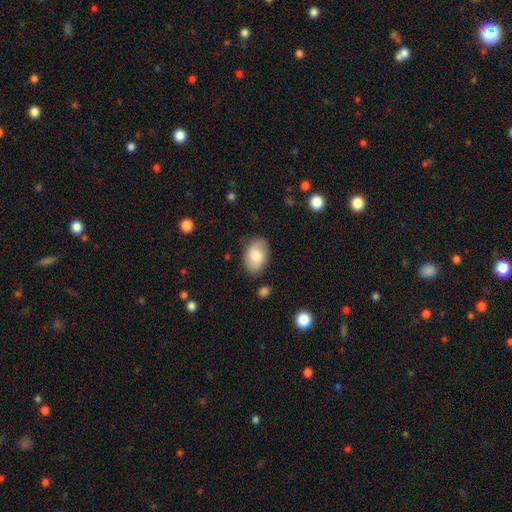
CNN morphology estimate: smooth_or_featured: smooth (p=0.74) [alt: featured or disk p=0.19]
how_rounded: in between (p=0.89) [alt: round p=0.10]
merging: none (p=0.82) [alt: minor disturbance p=0.13]